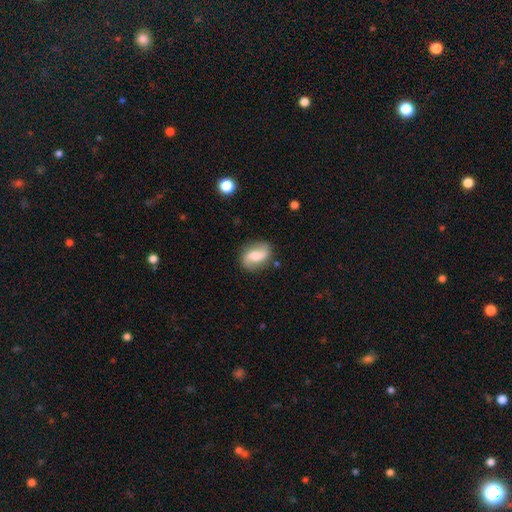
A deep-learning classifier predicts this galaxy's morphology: The model was most divided on "bar": weak: 42%, no: 39%, strong: 18%. More confident: edge-on disk — no (96%); spiral arm count — 2 (91%); spiral arms — yes (90%); merging — none (82%); spiral winding — loose (70%); smooth or featured — featured or disk (63%); bulge size — moderate (60%).